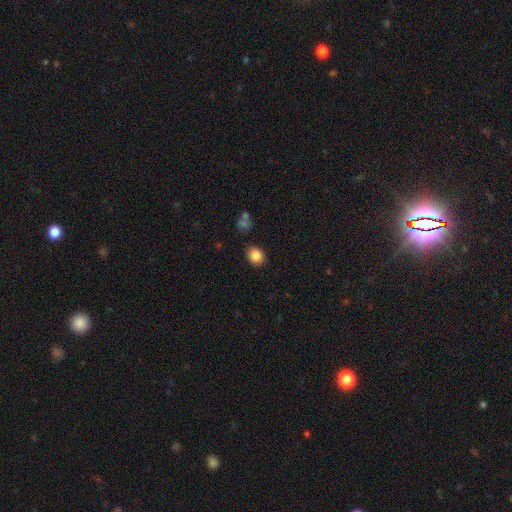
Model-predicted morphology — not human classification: type=smooth (85%); roundness=round (62%); merging=none (87%).